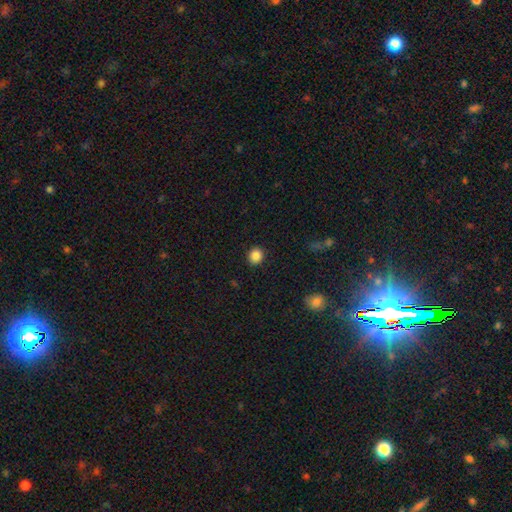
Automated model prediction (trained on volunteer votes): smooth-or-featured: smooth: 86% | star or artifact: 10% | featured or disk: 4%
  how-rounded: round: 84% | in between: 15% | cigar-shaped: 1%
  merging: none: 91% | minor disturbance: 6% | major disturbance: 2% | merger: 1%